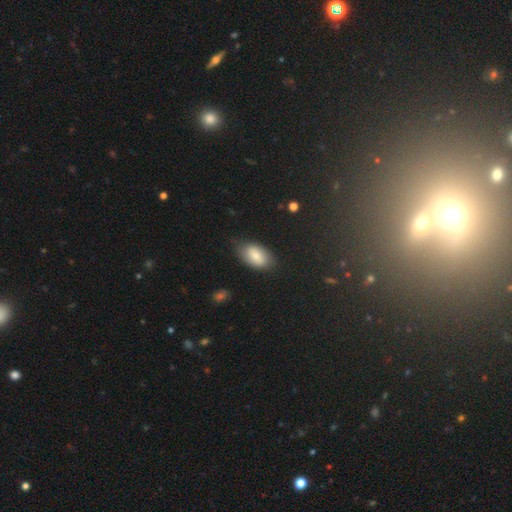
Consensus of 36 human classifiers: This is clearly a smooth galaxy (83%). How rounded: clearly in between (100%). Merging: clearly none (86%).